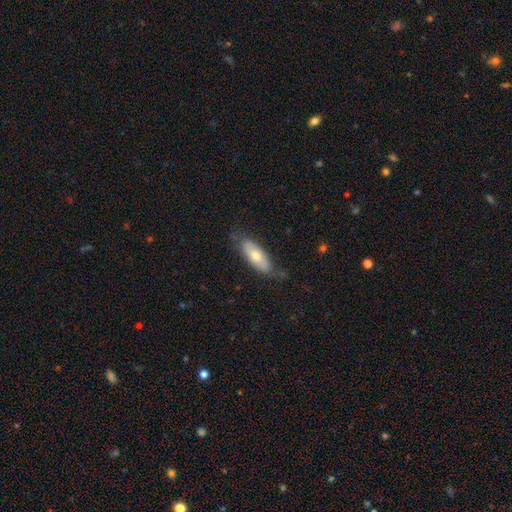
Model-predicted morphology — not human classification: Smooth or featured? Predicted: smooth (p=0.61). How rounded? Predicted: in between (p=0.75). Merging? Predicted: none (p=0.73).